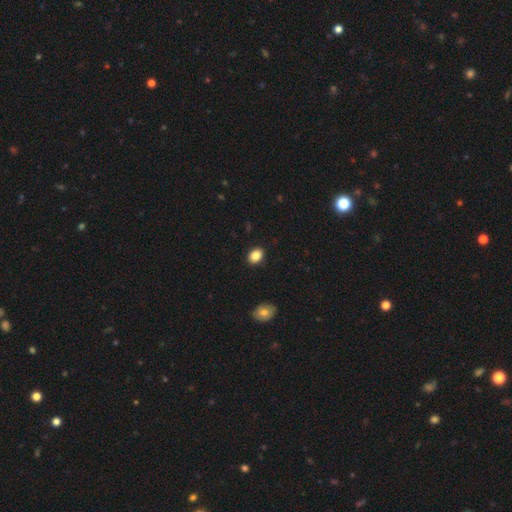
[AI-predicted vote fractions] A smooth galaxy with no disk features (85%) that is in between round and cigar-shaped (61%). Merging: none (90%).